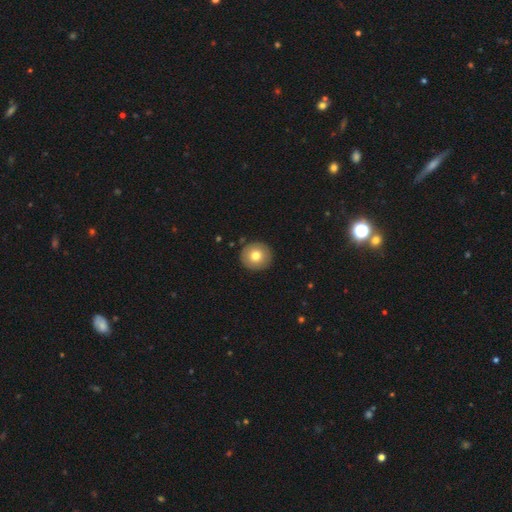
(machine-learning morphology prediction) This is likely a smooth galaxy (74%). How rounded: clearly round (94%). Merging: clearly none (91%).